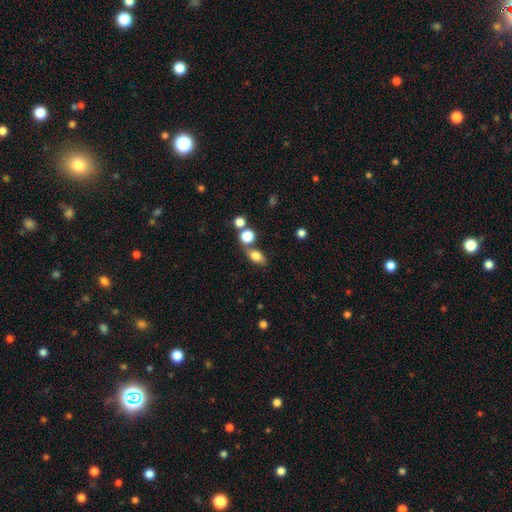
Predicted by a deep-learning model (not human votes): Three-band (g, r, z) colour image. It shows a smooth galaxy with no disk features (78%) that is in between round and cigar-shaped (77%). Merging: none (62%).